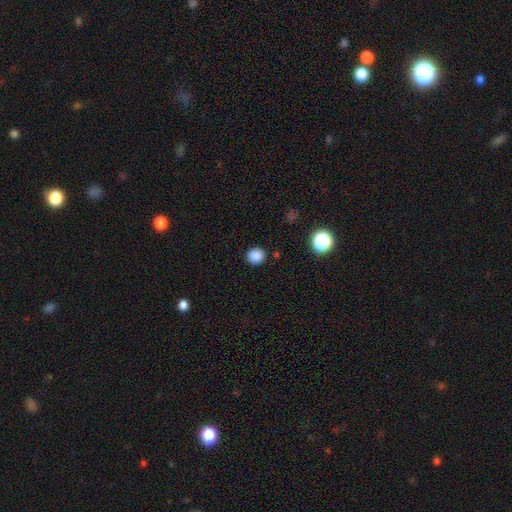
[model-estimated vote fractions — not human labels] smooth 85%, star or artifact 12%, featured or disk 3%. Down the decision tree: how rounded — round (88%); merging — none (89%).